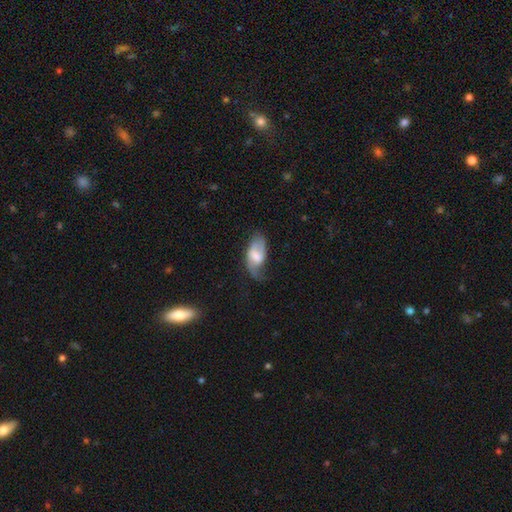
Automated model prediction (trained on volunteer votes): Morphology: type=smooth (48%); merging=none (39%).